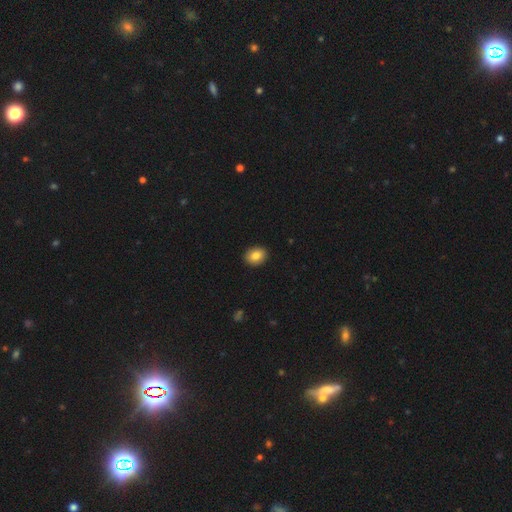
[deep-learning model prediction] A smooth galaxy with no disk features (84%) that is in between round and cigar-shaped (55%).

Vote fractions:
- Smooth or featured? smooth: 84% / star or artifact: 8% / featured or disk: 8%
- How rounded? in between: 55% / round: 44% / cigar-shaped: 1%
- Merging? none: 92% / minor disturbance: 6% / major disturbance: 2% / merger: 1%